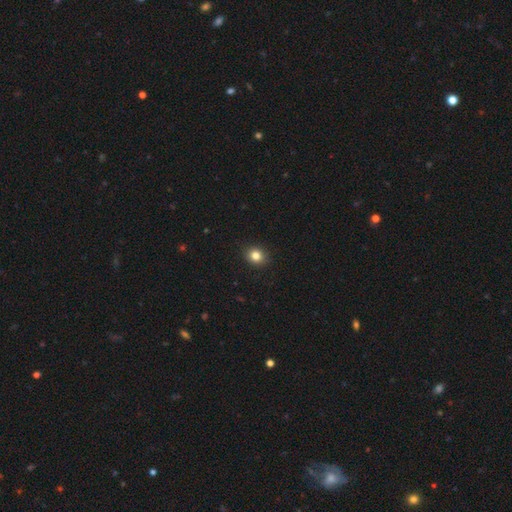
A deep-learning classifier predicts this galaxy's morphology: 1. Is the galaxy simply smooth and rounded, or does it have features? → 83% smooth, 12% star or artifact, 6% featured or disk.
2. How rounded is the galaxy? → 73% round, 26% in between, 1% cigar-shaped.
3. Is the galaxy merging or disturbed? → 92% none, 6% minor disturbance, 2% major disturbance, 1% merger.